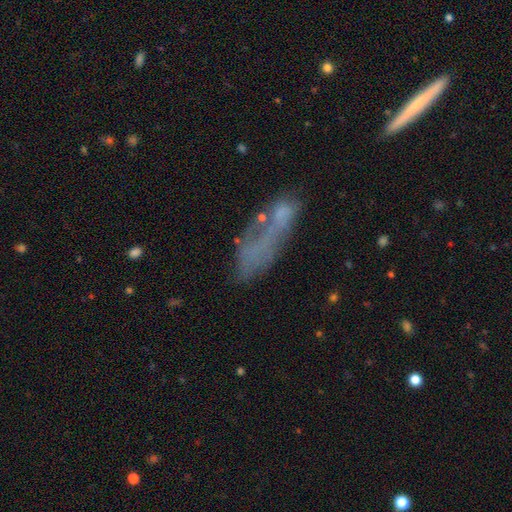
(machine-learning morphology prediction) smooth-or-featured: smooth: 49% | featured or disk: 37% | star or artifact: 14%
  merging: none: 34% | major disturbance: 31% | minor disturbance: 22% | merger: 13%